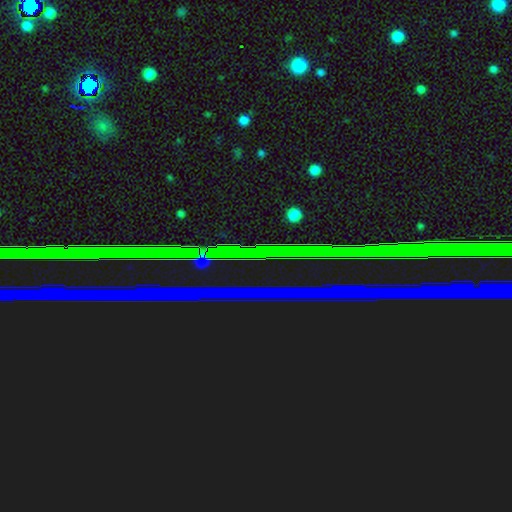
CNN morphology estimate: A star or artifact, not a galaxy (83%).

Vote fractions:
- Smooth or featured? star or artifact: 83% / featured or disk: 9% / smooth: 8%